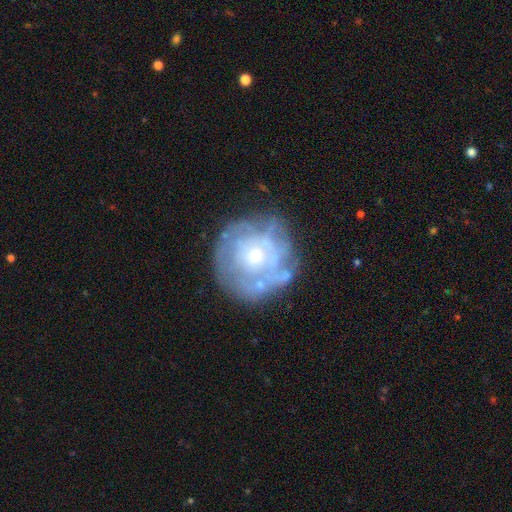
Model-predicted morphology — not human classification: A featured or disk galaxy (65%) with no bar (86%), no spiral arms (54%) and a small central bulge (47%, tied with moderate).

Vote fractions:
- Smooth or featured? featured or disk: 65% / smooth: 26% / star or artifact: 9%
- Edge-on disk? no: 97% / yes: 3%
- Bar? no: 86% / weak: 11% / strong: 3%
- Spiral arms? no: 54% / yes: 46%
- Bulge size? small: 47% (tied) / moderate: 47% (tied) / large: 3% / none: 2% / dominant: 1%
- Merging? none: 66% / minor disturbance: 18% / major disturbance: 11% / merger: 5%